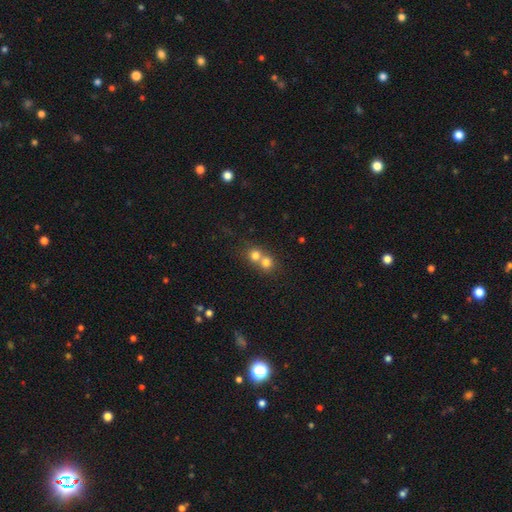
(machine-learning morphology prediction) smooth_or_featured: smooth (p=0.75) [alt: star or artifact p=0.13]
how_rounded: round (p=0.84) [alt: in between p=0.15]
merging: merger (p=0.63) [alt: none p=0.31]